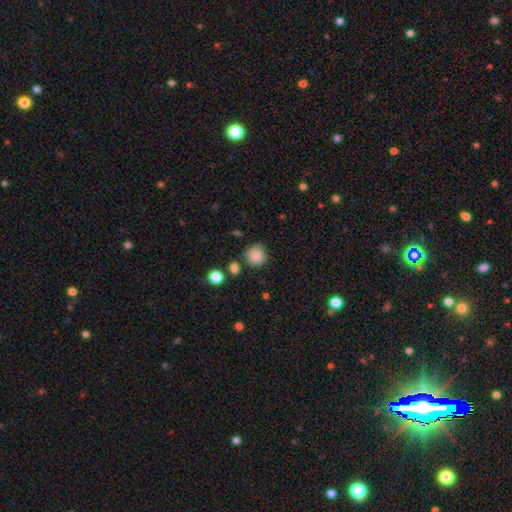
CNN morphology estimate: Smooth or featured?
  - smooth: 86% *
  - star or artifact: 10%
  - featured or disk: 5%
How rounded?
  - round: 88% *
  - in between: 11%
  - cigar-shaped: 1%
Merging?
  - none: 70% *
  - minor disturbance: 20%
  - major disturbance: 5%
  - merger: 5%